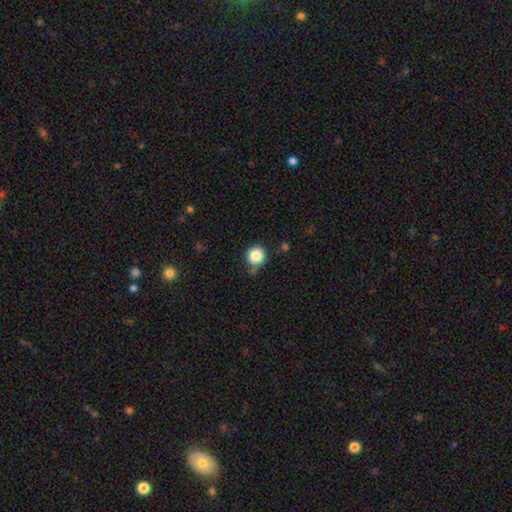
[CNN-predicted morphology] Smooth or featured? smooth (85%)
How rounded? round (94%)
Merging? none (74%)